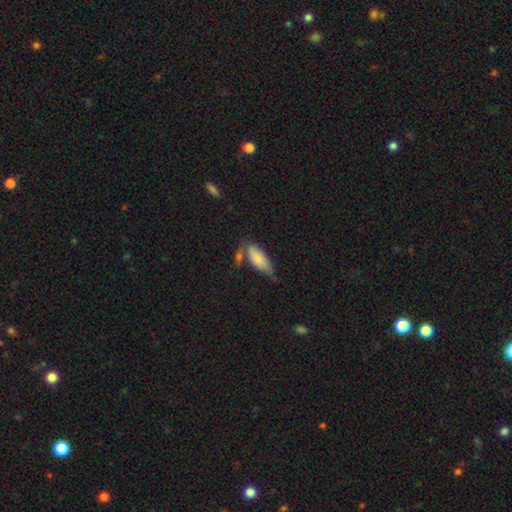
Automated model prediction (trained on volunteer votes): This appears to be a smooth galaxy with no disk features (83%) that is in between round and cigar-shaped (76%). Merging: none (54%).